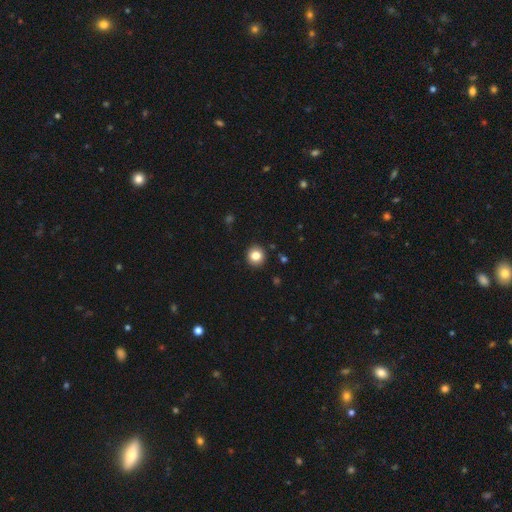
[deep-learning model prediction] Smooth or featured?
  - smooth: 83% *
  - star or artifact: 11%
  - featured or disk: 6%
How rounded?
  - round: 92% *
  - in between: 7%
  - cigar-shaped: 1%
Merging?
  - none: 92% *
  - minor disturbance: 5%
  - major disturbance: 2%
  - merger: 1%